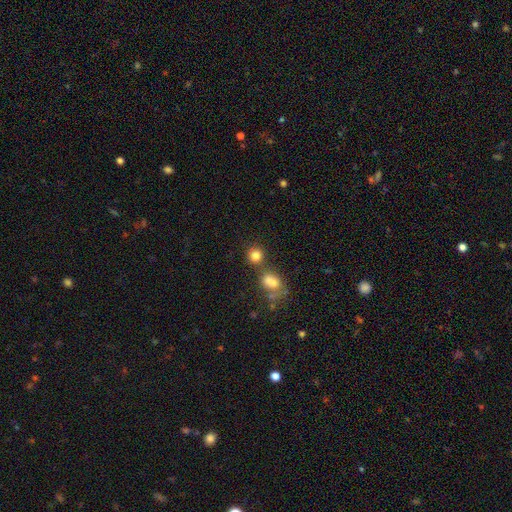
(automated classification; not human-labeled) This is likely a smooth galaxy (80%). How rounded: clearly round (84%). Merging: likely none (61%).